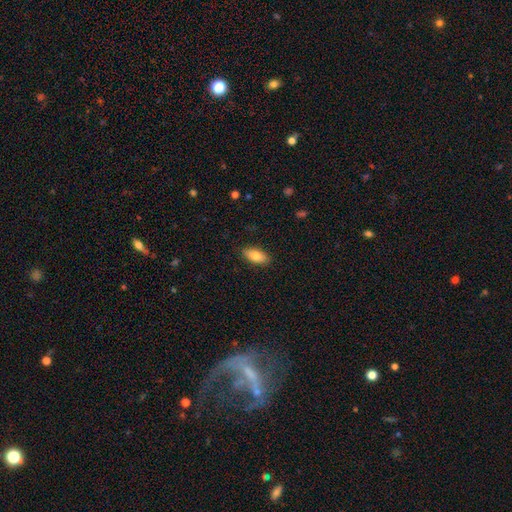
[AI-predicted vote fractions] smooth-or-featured: smooth: 82% | featured or disk: 12% | star or artifact: 7%
  how-rounded: in between: 88% | cigar-shaped: 10% | round: 3%
  merging: none: 88% | minor disturbance: 9% | major disturbance: 2% | merger: 1%